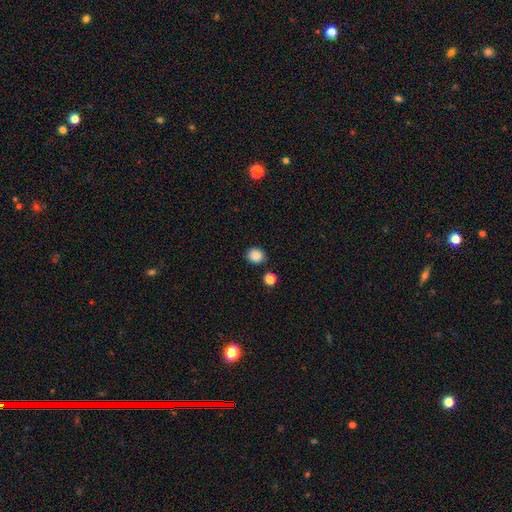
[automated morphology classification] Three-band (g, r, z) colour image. It shows a smooth galaxy with no disk features (87%) that is round (69%). Merging: none (82%).